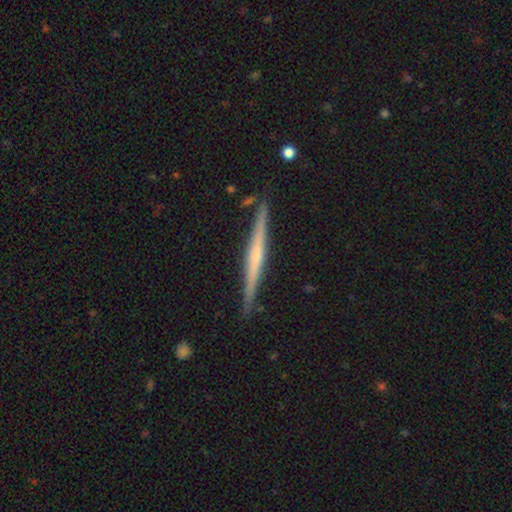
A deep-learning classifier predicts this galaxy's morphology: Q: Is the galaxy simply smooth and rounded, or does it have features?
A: featured or disk — 69%.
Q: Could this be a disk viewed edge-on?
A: yes — 98%.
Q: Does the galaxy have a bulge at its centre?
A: rounded — 45%, tied with none.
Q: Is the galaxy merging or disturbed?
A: none — 89%.